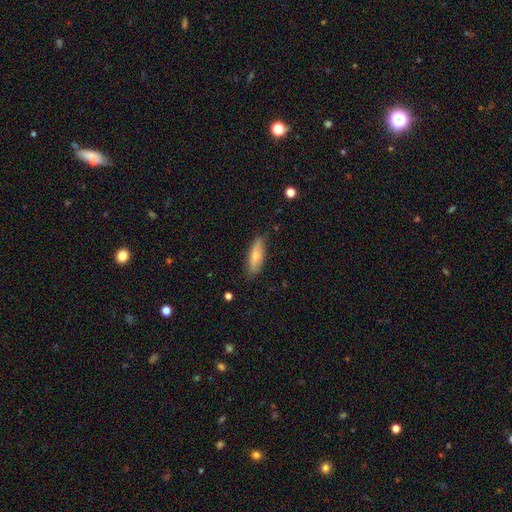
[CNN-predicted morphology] Q: Smooth or featured?
A: smooth (71%); runner-up: featured or disk (23%)
Q: How rounded?
A: in between (49%); tied with: cigar-shaped (49%)
Q: Merging?
A: none (79%); runner-up: minor disturbance (16%)